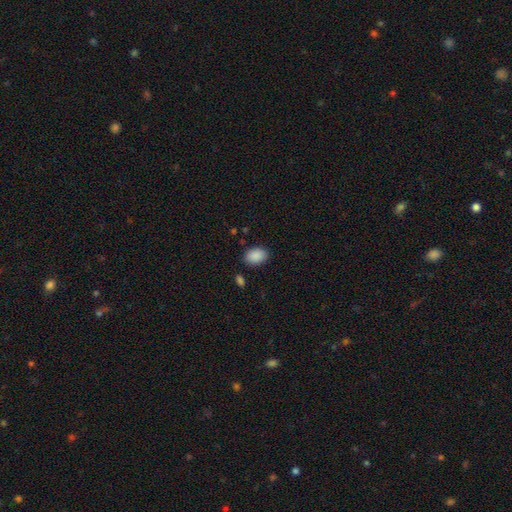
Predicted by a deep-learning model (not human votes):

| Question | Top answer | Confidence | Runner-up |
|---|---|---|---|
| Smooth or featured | smooth | 90% | star or artifact (7%) |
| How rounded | in between | 82% | round (17%) |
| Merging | none | 84% | minor disturbance (11%) |